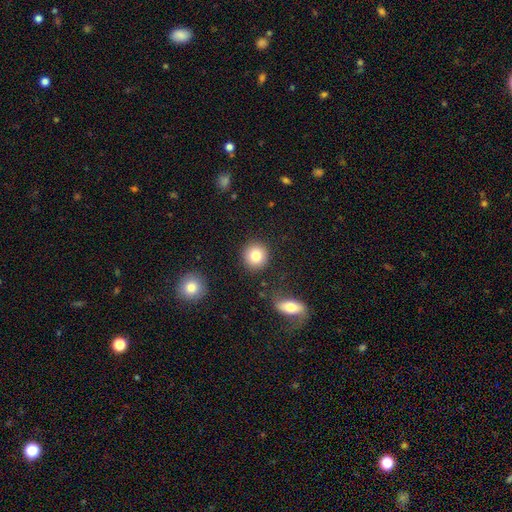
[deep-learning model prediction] This is clearly a smooth galaxy (82%). How rounded: clearly round (91%). Merging: clearly none (88%).